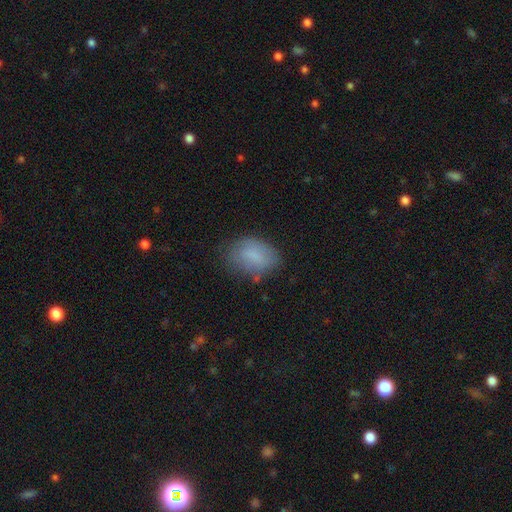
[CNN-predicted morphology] smooth_or_featured: smooth (p=0.76) [alt: featured or disk p=0.16]
how_rounded: in between (p=0.85) [alt: round p=0.14]
merging: none (p=0.64) [alt: minor disturbance p=0.25]